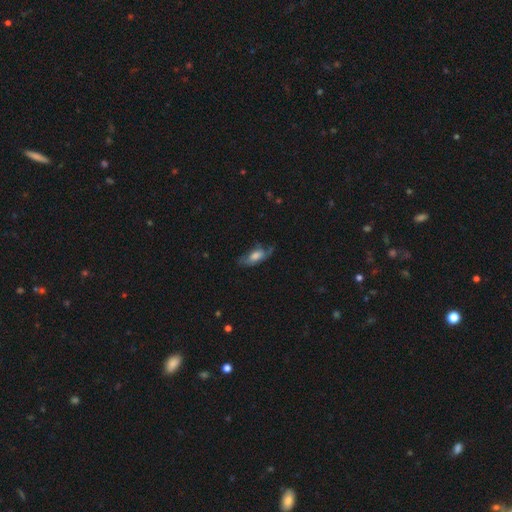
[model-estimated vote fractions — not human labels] Overall: smooth (52%; featured or disk 40%). How rounded: in between (77%). Merging: none (52%; minor disturbance 29%).